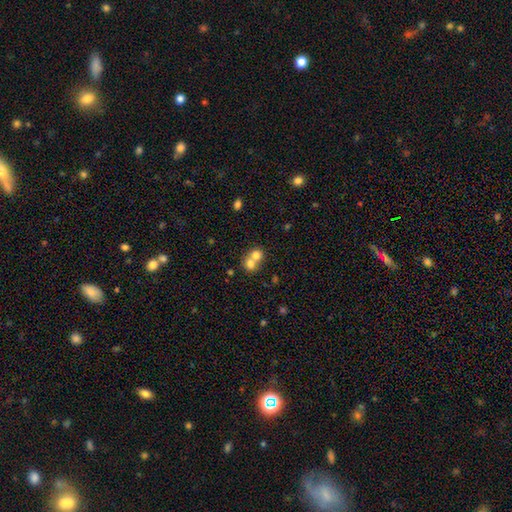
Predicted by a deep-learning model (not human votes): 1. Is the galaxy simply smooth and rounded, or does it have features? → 73% smooth, 16% featured or disk, 11% star or artifact.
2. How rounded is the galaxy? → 80% round, 19% in between, 1% cigar-shaped.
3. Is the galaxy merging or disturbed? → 67% merger, 27% none, 4% minor disturbance, 2% major disturbance.